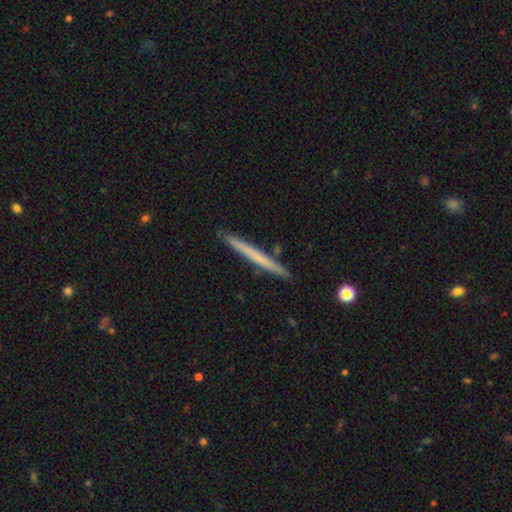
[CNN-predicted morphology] A smooth galaxy with no disk features (53%) that is cigar-shaped (97%).

Vote fractions:
- Smooth or featured? smooth: 53% / featured or disk: 41% / star or artifact: 5%
- How rounded? cigar-shaped: 97% / in between: 1% / round: 1%
- Merging? none: 91% / minor disturbance: 6% / merger: 2% / major disturbance: 1%